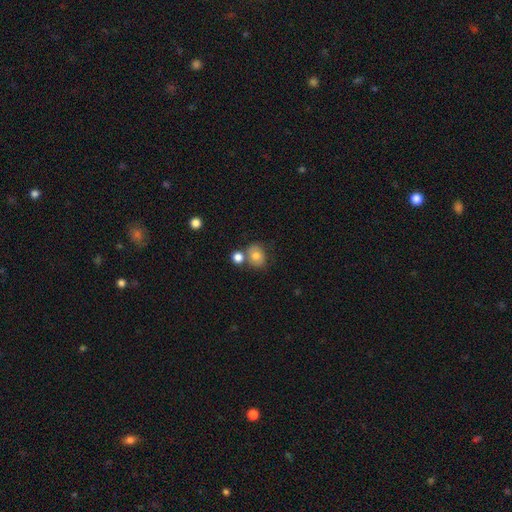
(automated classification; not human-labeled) smooth 75%, featured or disk 15%, star or artifact 10%. Down the decision tree: how rounded — round (65%); merging — none (54%).